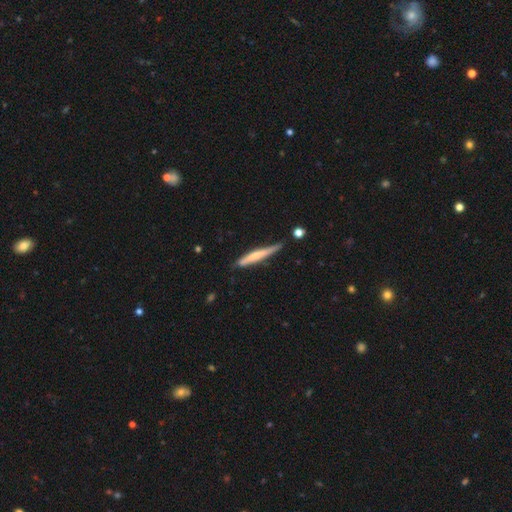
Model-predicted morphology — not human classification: Smooth or featured? smooth (55%)
How rounded? cigar-shaped (94%)
Merging? none (66%)